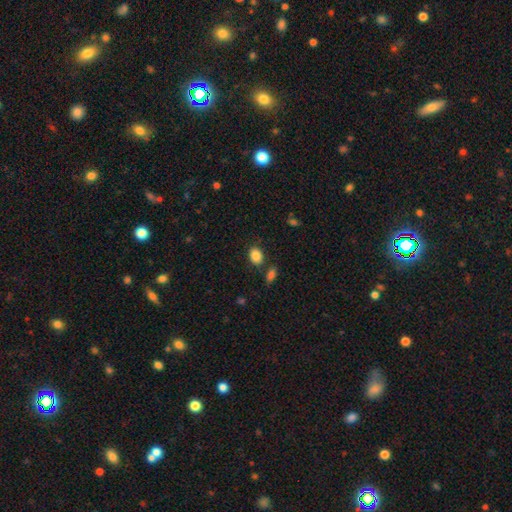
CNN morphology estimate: Smooth or featured?
  - smooth: 87% *
  - star or artifact: 8%
  - featured or disk: 5%
How rounded?
  - in between: 68% *
  - round: 31%
  - cigar-shaped: 1%
Merging?
  - none: 78% *
  - minor disturbance: 11%
  - merger: 8%
  - major disturbance: 3%